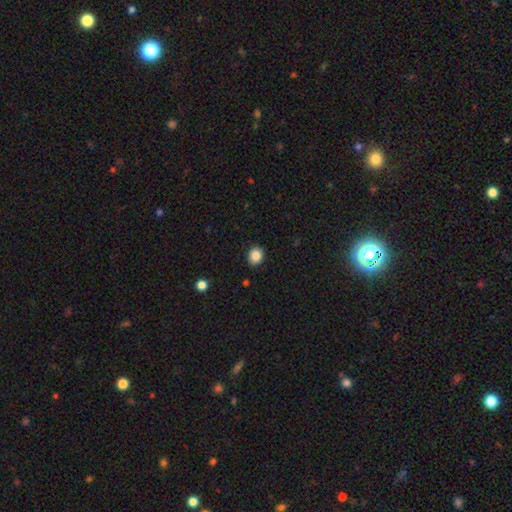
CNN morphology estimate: smooth-or-featured: smooth: 87% | star or artifact: 10% | featured or disk: 4%
  how-rounded: round: 63% | in between: 36% | cigar-shaped: 1%
  merging: none: 89% | minor disturbance: 8% | major disturbance: 2% | merger: 1%